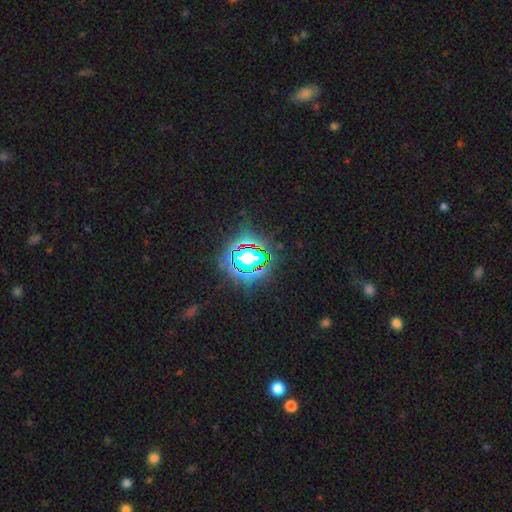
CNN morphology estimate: smooth_or_featured: star or artifact (p=0.78) [alt: smooth p=0.13]